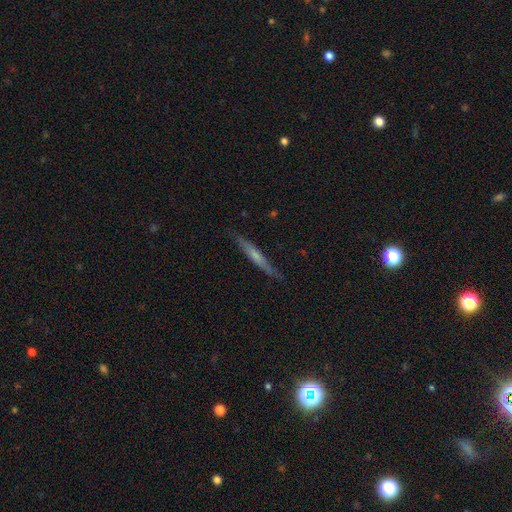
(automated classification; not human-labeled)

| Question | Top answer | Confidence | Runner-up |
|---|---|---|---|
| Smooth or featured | featured or disk | 49% | smooth (45%) |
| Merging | none | 85% | minor disturbance (12%) |